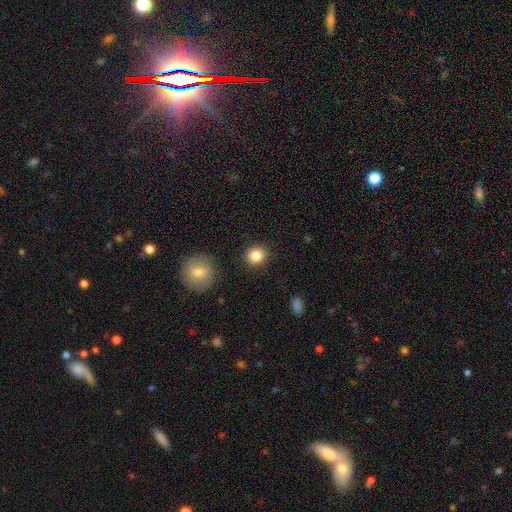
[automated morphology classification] The model was most divided on "how rounded": round: 84%, in between: 15%, cigar-shaped: 1%. More confident: merging — none (88%); smooth or featured — smooth (85%).